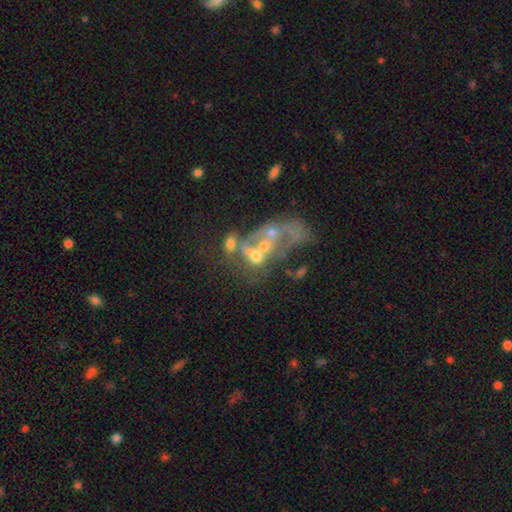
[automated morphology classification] Smooth or featured? Predicted: featured or disk (p=0.56). Edge-on disk? Predicted: no (p=0.97). Bar? Predicted: no (p=0.88). Spiral arms? Predicted: no (p=0.85). Bulge size? Predicted: moderate (p=0.35). Merging? Predicted: merger (p=0.58).